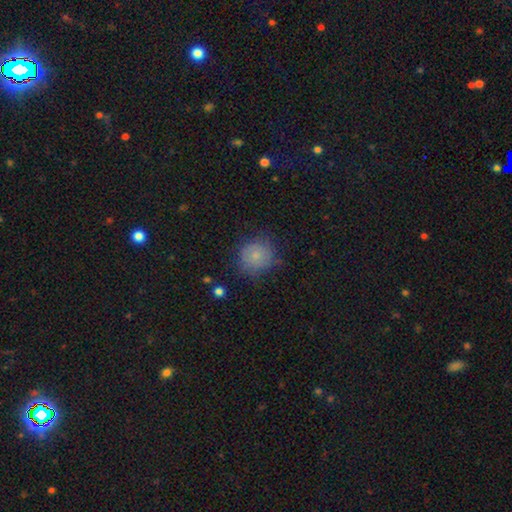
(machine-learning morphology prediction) Overall: smooth (70%). How rounded: round (87%). Merging: none (69%).